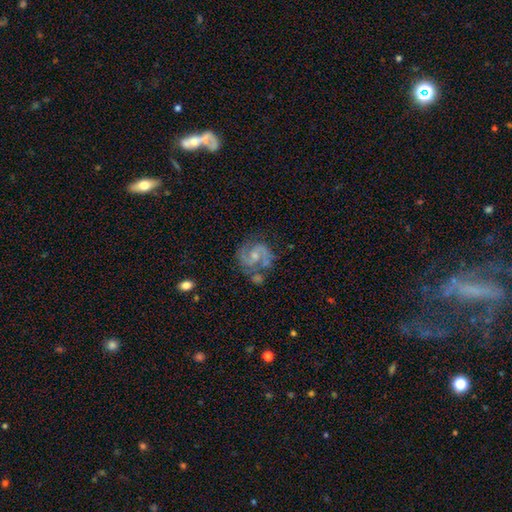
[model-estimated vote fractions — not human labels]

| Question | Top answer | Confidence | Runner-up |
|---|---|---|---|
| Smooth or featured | featured or disk | 84% | smooth (9%) |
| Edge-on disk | no | 98% | yes (2%) |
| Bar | no | 48% | weak (43%) |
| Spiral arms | yes | 95% | no (5%) |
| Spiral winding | medium | 54% | tight (31%) |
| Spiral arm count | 2 | 84% | can't tell (6%) |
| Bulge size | small | 51% | moderate (39%) |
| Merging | none | 58% | minor disturbance (20%) |